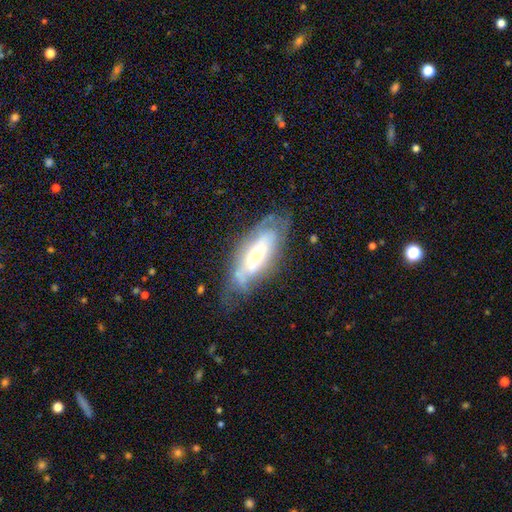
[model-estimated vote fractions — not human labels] A featured or disk galaxy (63%). Merging: none (57%).